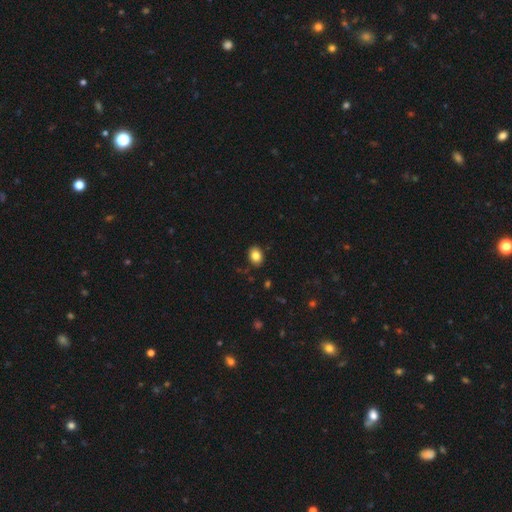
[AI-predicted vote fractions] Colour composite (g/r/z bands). It shows a smooth galaxy with no disk features (85%) that is in between round and cigar-shaped (65%). Merging: none (88%).